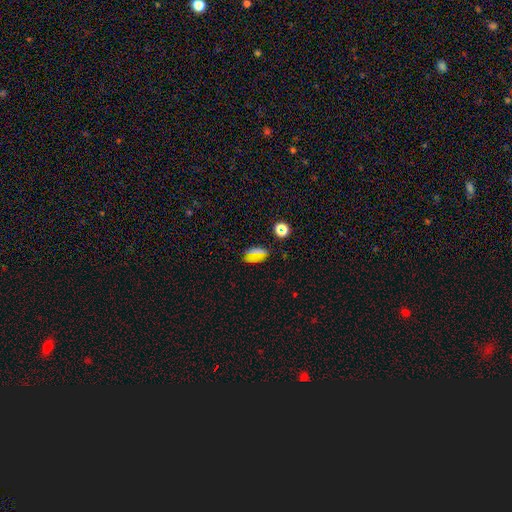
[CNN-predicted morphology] Smooth or featured?
  - smooth: 63% *
  - star or artifact: 29%
  - featured or disk: 9%
How rounded?
  - in between: 79% *
  - round: 15%
  - cigar-shaped: 6%
Merging?
  - none: 80% *
  - minor disturbance: 13%
  - major disturbance: 4%
  - merger: 3%